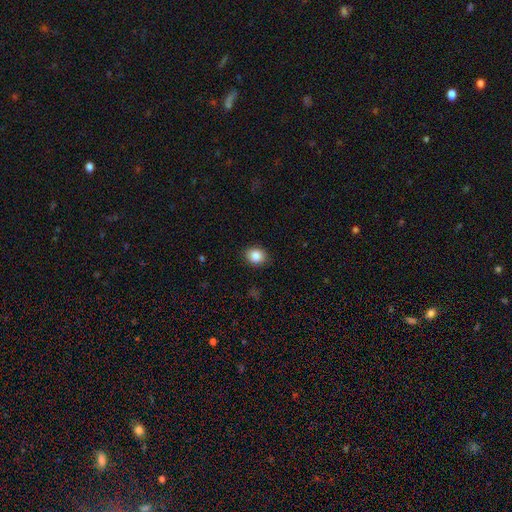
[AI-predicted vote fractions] smooth 87%, star or artifact 9%, featured or disk 4%. Down the decision tree: how rounded — round (60%); merging — none (88%).